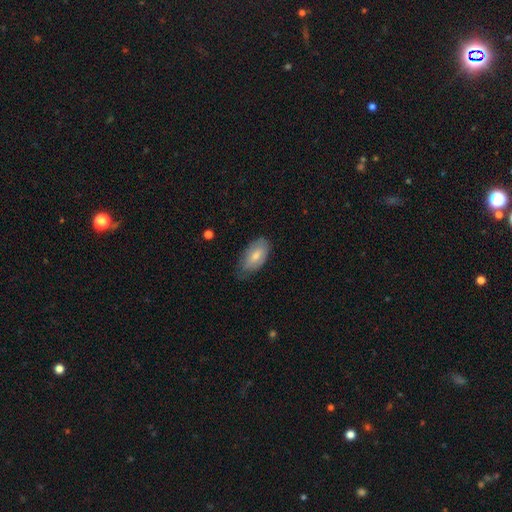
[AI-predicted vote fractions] A smooth galaxy with no disk features (69%) that is in between round and cigar-shaped (93%). Merging: none (61%).